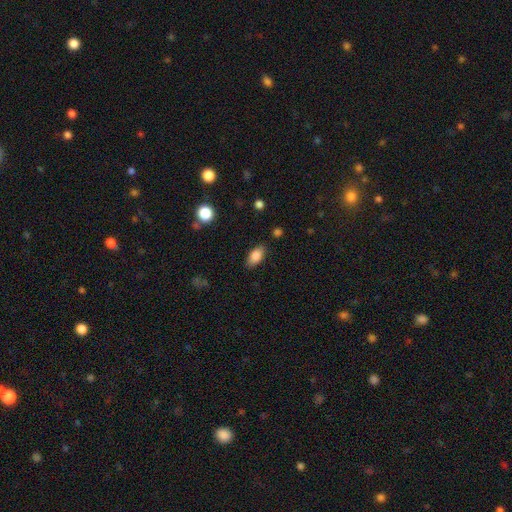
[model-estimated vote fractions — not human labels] Smooth or featured? smooth (85%)
How rounded? in between (89%)
Merging? none (84%)